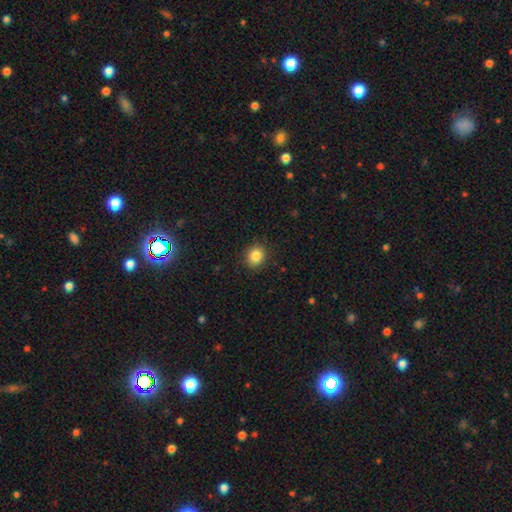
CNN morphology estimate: The model was most divided on "how rounded": round: 75%, in between: 24%, cigar-shaped: 1%. More confident: merging — none (89%); smooth or featured — smooth (85%).